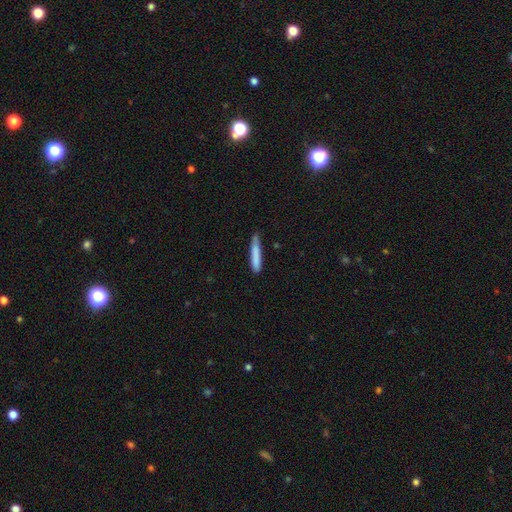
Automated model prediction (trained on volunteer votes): smooth_or_featured: smooth (p=0.81) [alt: featured or disk p=0.13]
how_rounded: cigar-shaped (p=0.93) [alt: in between p=0.06]
merging: none (p=0.78) [alt: minor disturbance p=0.18]